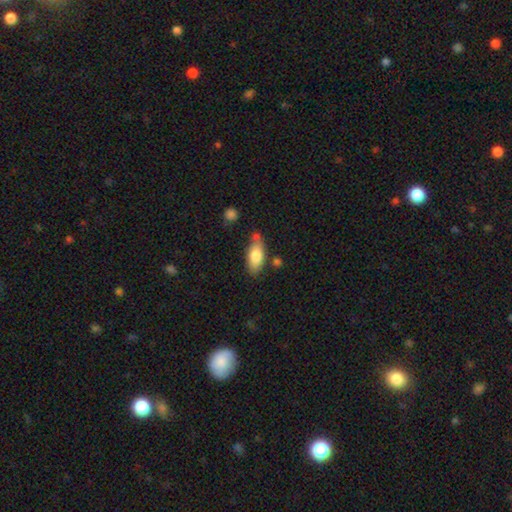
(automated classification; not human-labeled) The model was most divided on "merging": none: 67%, minor disturbance: 19%, merger: 10%, major disturbance: 4%. More confident: how rounded — in between (84%); smooth or featured — smooth (79%).